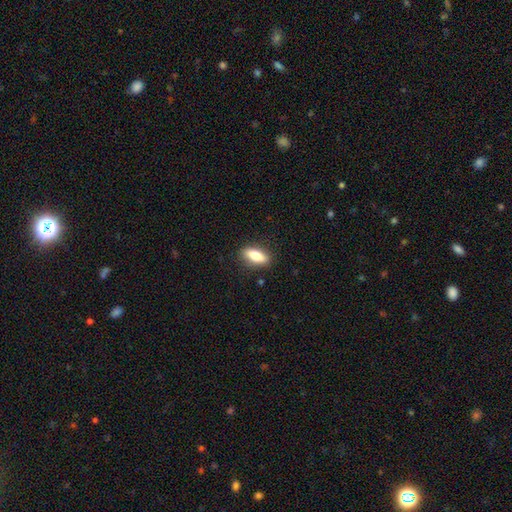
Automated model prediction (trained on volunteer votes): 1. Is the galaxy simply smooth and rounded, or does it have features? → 73% smooth, 20% featured or disk, 7% star or artifact.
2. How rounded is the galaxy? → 72% in between, 25% cigar-shaped, 4% round.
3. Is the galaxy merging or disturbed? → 86% none, 10% minor disturbance, 2% major disturbance, 1% merger.